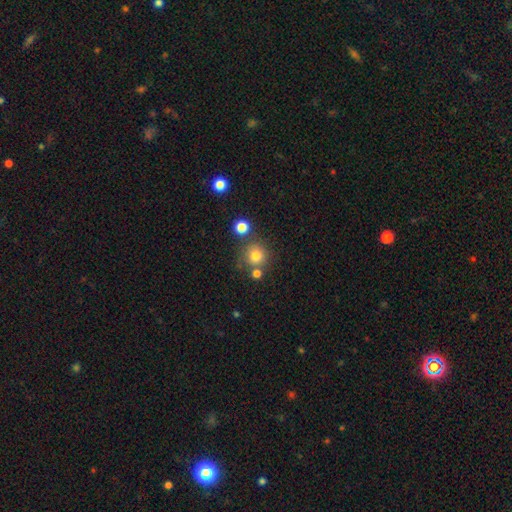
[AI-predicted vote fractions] Smooth or featured? smooth (77%)
How rounded? round (92%)
Merging? none (72%)